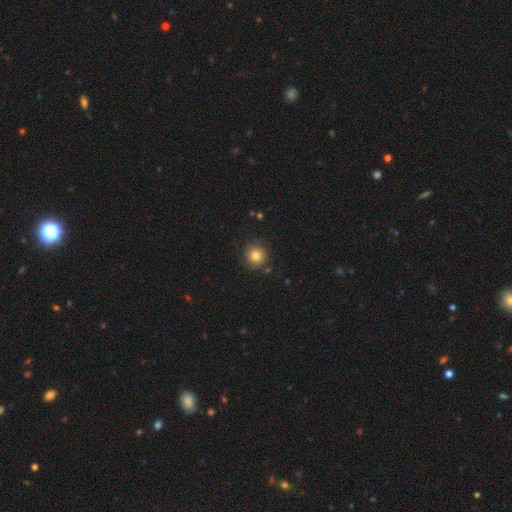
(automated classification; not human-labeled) Smooth or featured? smooth (80%)
How rounded? round (94%)
Merging? none (86%)